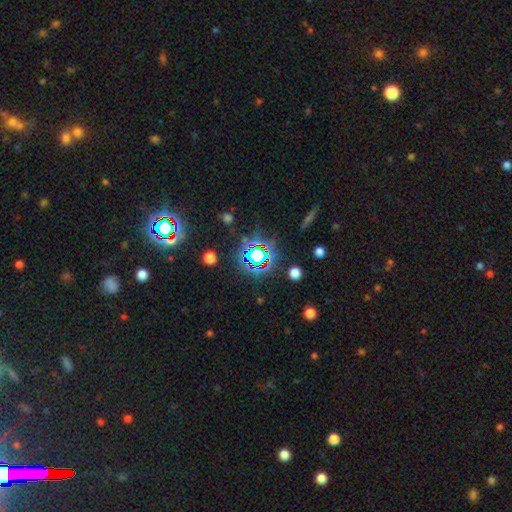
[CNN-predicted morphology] A star or artifact, not a galaxy (70%).

Vote fractions:
- Smooth or featured? star or artifact: 70% / smooth: 18% / featured or disk: 12%